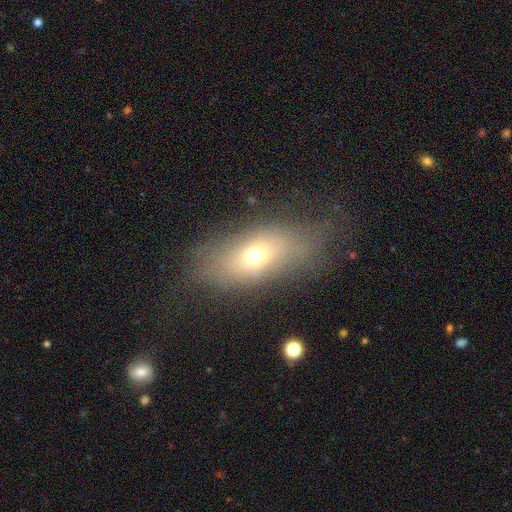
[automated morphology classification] smooth 63%, featured or disk 24%, star or artifact 13%. Down the decision tree: how rounded — in between (81%); merging — none (61%).